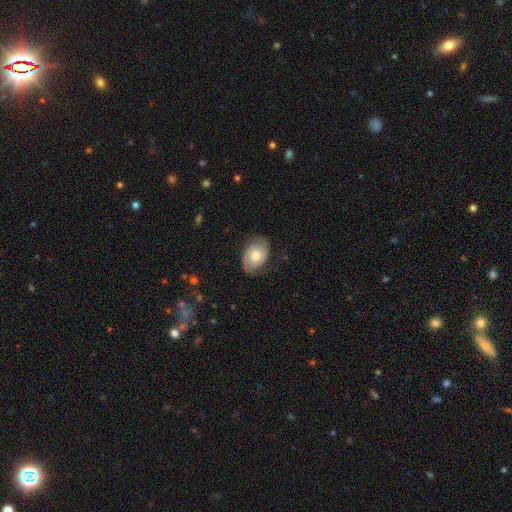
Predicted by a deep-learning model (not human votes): This appears to be a featured or disk galaxy (50%). Merging: none (70%).